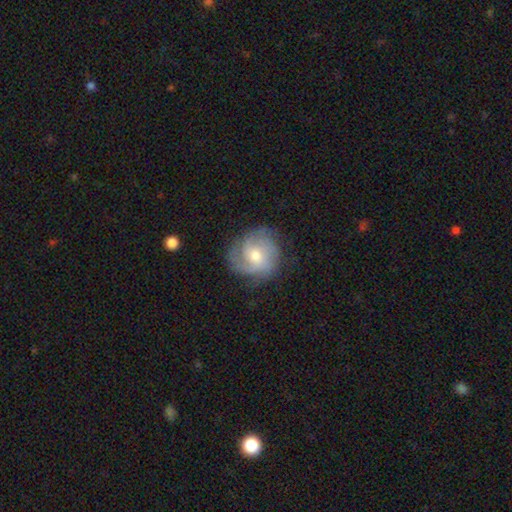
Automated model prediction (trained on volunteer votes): Morphology: type=featured or disk (76%); edge-on=no (98%); bar=no (67%); spiral arms=yes (94%); winding=tight (47%); arm count=3 (39%); bulge=moderate (55%); merging=none (74%).